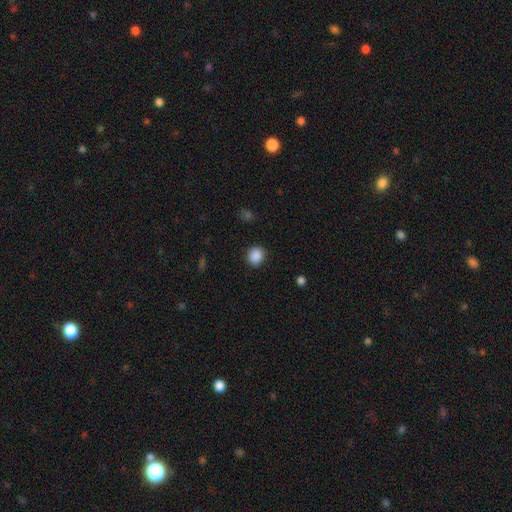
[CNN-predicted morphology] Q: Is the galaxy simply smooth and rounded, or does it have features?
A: smooth — 88%.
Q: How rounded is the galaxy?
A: round — 75%.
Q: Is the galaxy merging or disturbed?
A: none — 87%.